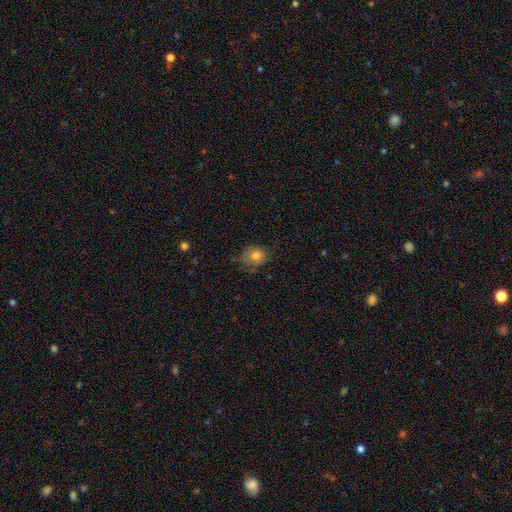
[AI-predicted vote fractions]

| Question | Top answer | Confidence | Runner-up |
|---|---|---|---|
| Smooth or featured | smooth | 77% | featured or disk (13%) |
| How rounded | round | 53% | in between (45%) |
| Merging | none | 61% | minor disturbance (29%) |